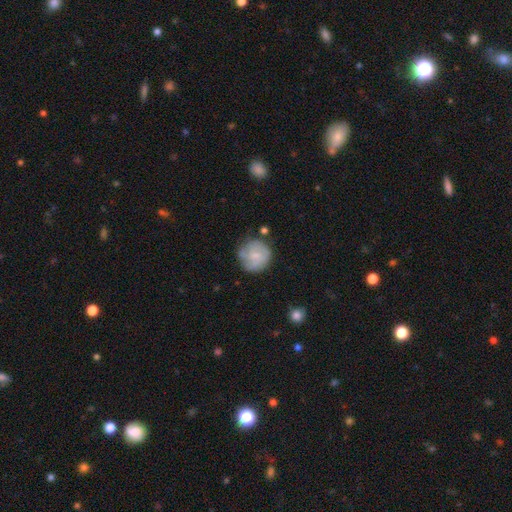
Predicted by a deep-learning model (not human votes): Q: Smooth or featured?
A: smooth (52%); runner-up: featured or disk (41%)
Q: How rounded?
A: round (91%); runner-up: in between (8%)
Q: Merging?
A: none (64%); runner-up: minor disturbance (23%)